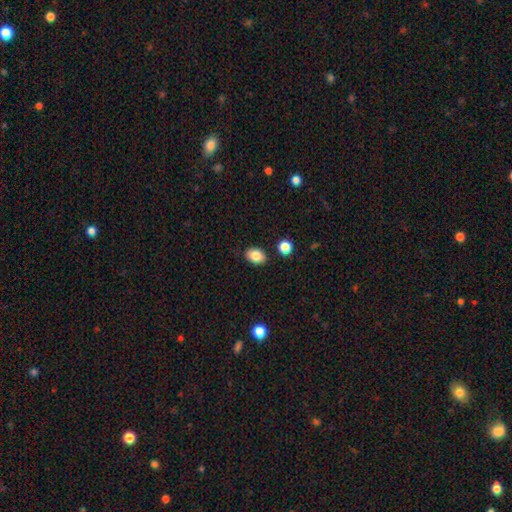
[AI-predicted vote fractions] Overall: smooth (85%). How rounded: in between (80%). Merging: none (85%).